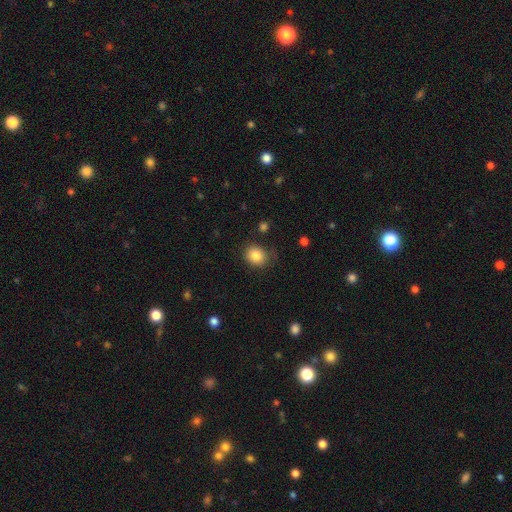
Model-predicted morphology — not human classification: This appears to be a smooth galaxy with no disk features (83%) that is round (69%). Merging: none (79%).